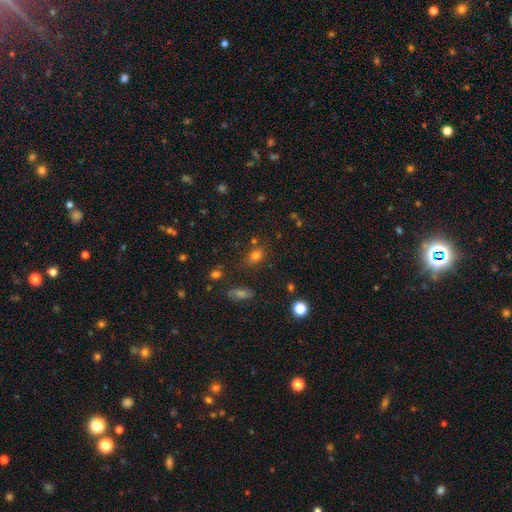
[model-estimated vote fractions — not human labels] The model was most divided on "how rounded": in between: 65%, round: 33%, cigar-shaped: 2%. More confident: smooth or featured — smooth (76%); merging — none (73%).